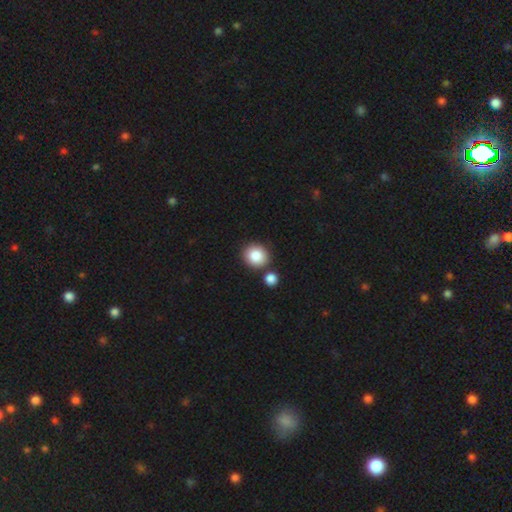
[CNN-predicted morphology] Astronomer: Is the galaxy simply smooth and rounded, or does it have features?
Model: smooth — 86%.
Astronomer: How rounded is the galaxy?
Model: round — 80%.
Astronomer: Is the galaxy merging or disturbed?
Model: none — 73%.